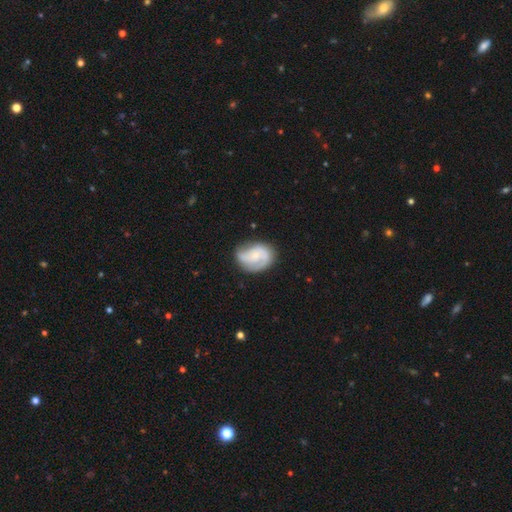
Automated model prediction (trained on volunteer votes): featured or disk 69%, smooth 25%, star or artifact 6%. Down the decision tree: edge-on disk — no (98%); bar — no (64%); spiral arms — yes (90%); spiral arm count — 2 (71%); spiral winding — medium (45%); bulge size — small (64%); merging — none (64%).